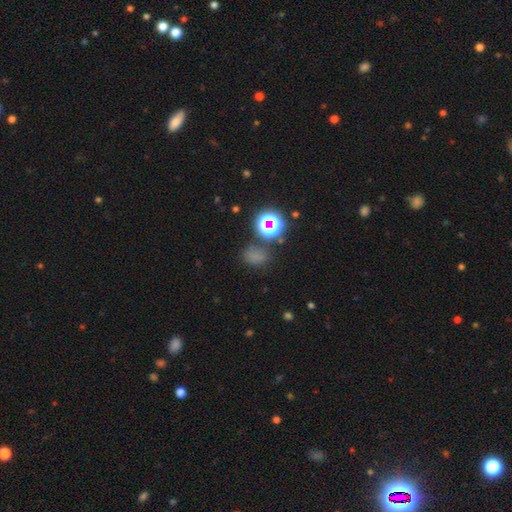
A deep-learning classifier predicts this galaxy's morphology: smooth 59%, star or artifact 33%, featured or disk 8%. Down the decision tree: how rounded — in between (53%); merging — none (65%).